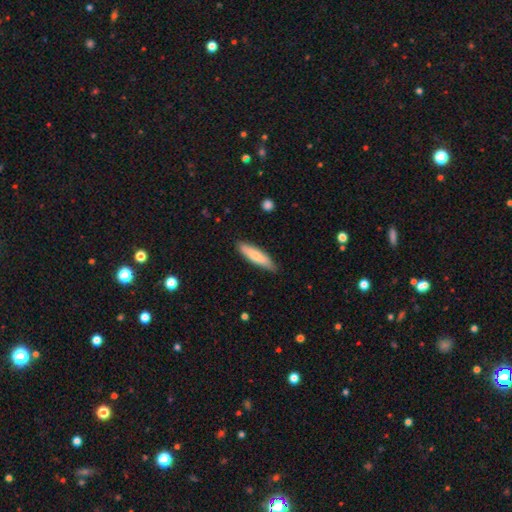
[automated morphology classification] Q: Smooth or featured?
A: smooth (78%); runner-up: featured or disk (17%)
Q: How rounded?
A: cigar-shaped (73%); runner-up: in between (26%)
Q: Merging?
A: none (84%); runner-up: minor disturbance (13%)